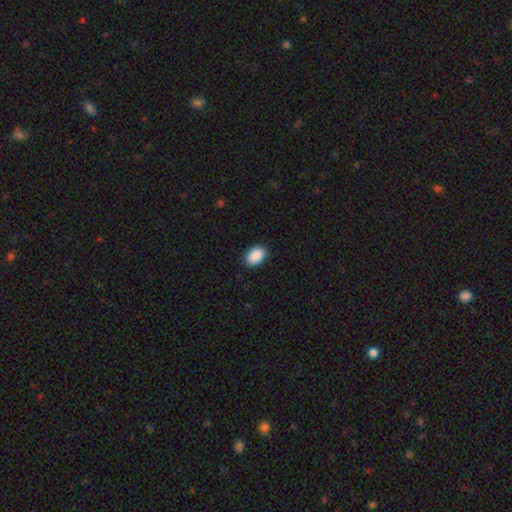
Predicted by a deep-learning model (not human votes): Smooth or featured? Predicted: smooth (p=0.90). How rounded? Predicted: in between (p=0.83). Merging? Predicted: none (p=0.89).